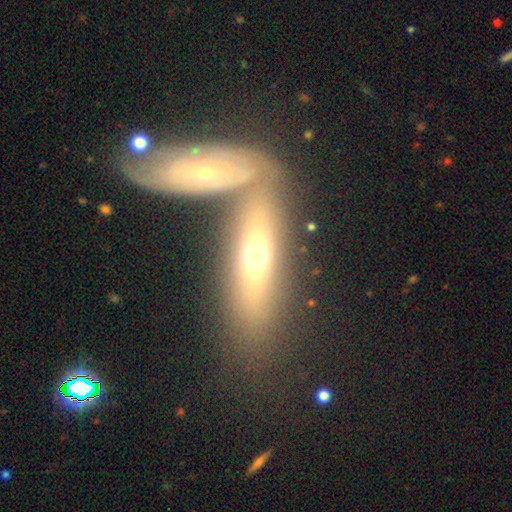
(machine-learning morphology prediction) Smooth or featured? Predicted: smooth (p=0.56). How rounded? Predicted: in between (p=0.52). Merging? Predicted: none (p=0.50).